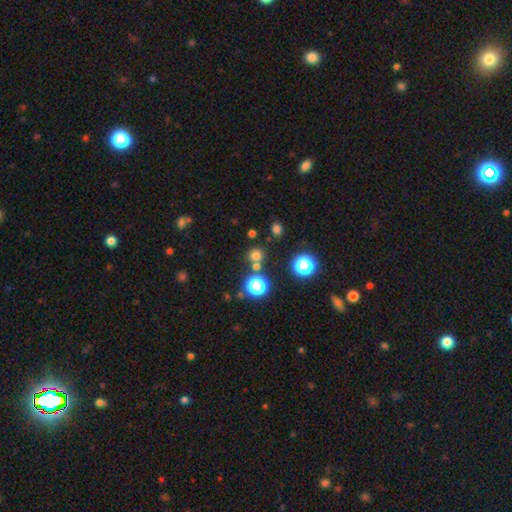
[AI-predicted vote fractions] A smooth galaxy with no disk features (68%) that is round (90%).

Vote fractions:
- Smooth or featured? smooth: 68% / star or artifact: 26% / featured or disk: 6%
- How rounded? round: 90% / in between: 9% / cigar-shaped: 1%
- Merging? none: 76% / merger: 13% / minor disturbance: 8% / major disturbance: 3%